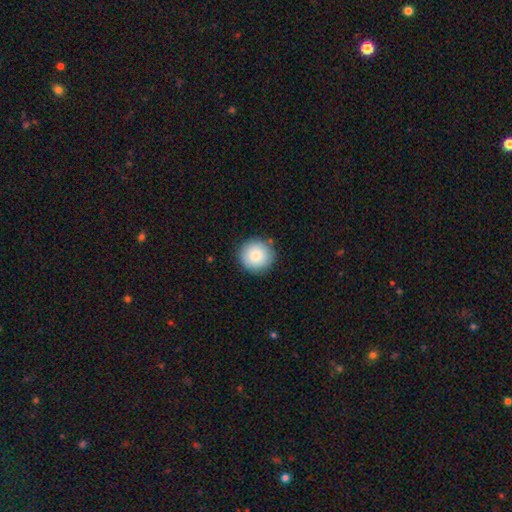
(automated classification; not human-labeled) Smooth or featured?
  - smooth: 81% *
  - featured or disk: 10%
  - star or artifact: 8%
How rounded?
  - round: 95% *
  - in between: 4%
  - cigar-shaped: 1%
Merging?
  - none: 87% *
  - minor disturbance: 9%
  - major disturbance: 2%
  - merger: 2%